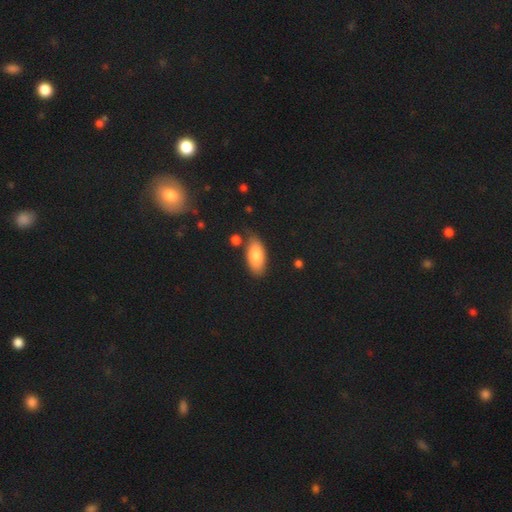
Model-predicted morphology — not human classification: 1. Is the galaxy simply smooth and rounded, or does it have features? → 81% smooth, 12% featured or disk, 6% star or artifact.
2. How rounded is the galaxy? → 90% in between, 8% cigar-shaped, 3% round.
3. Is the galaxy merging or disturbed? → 74% none, 17% minor disturbance, 6% merger, 4% major disturbance.